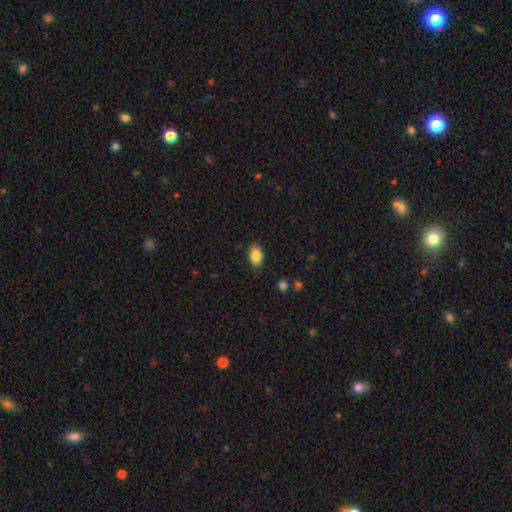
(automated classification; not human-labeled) Morphology: type=smooth (86%); roundness=in between (89%); merging=none (86%).